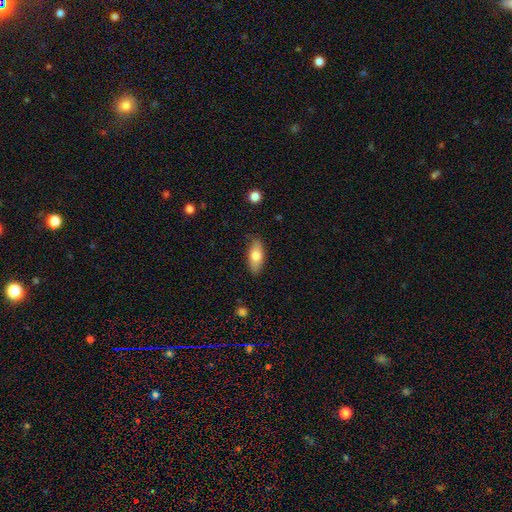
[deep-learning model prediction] Smooth or featured? Predicted: smooth (p=0.75). How rounded? Predicted: in between (p=0.81). Merging? Predicted: none (p=0.83).